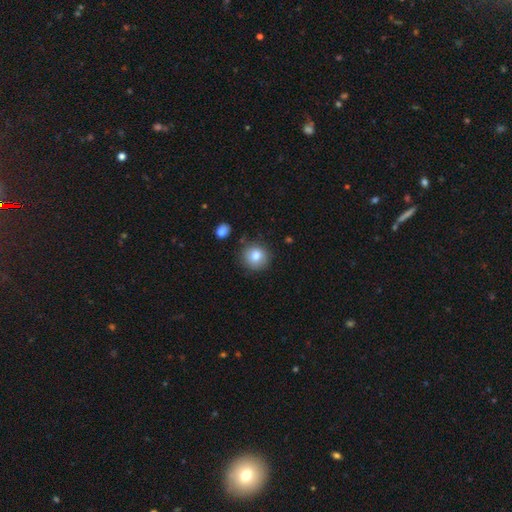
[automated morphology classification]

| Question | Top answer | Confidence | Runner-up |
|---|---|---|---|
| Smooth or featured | smooth | 82% | star or artifact (9%) |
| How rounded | round | 91% | in between (9%) |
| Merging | none | 85% | minor disturbance (10%) |